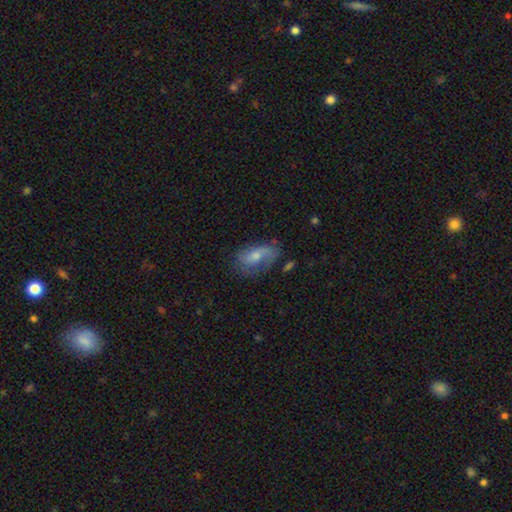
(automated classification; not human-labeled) Smooth or featured?
  - featured or disk: 54% *
  - smooth: 37%
  - star or artifact: 9%
Edge-on disk?
  - no: 93% *
  - yes: 7%
Bar?
  - no: 56% *
  - weak: 35%
  - strong: 9%
Spiral arms?
  - yes: 82% *
  - no: 18%
Bulge size?
  - moderate: 49% *
  - small: 40%
  - large: 5%
  - none: 5%
  - dominant: 1%
Merging?
  - none: 58% *
  - minor disturbance: 26%
  - major disturbance: 14%
  - merger: 3%